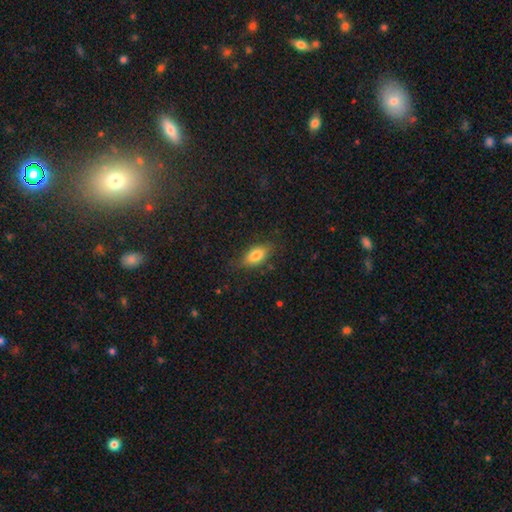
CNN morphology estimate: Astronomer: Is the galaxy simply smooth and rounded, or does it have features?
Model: smooth — 80%.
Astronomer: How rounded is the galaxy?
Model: in between — 87%.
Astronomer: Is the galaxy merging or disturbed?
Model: none — 77%.